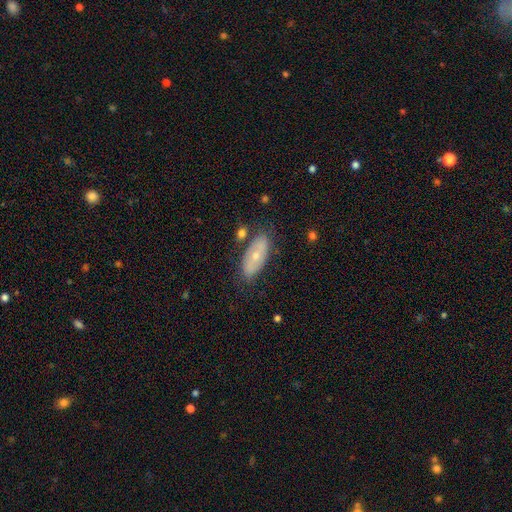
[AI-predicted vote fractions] Morphology: type=smooth (49%); merging=none (74%).